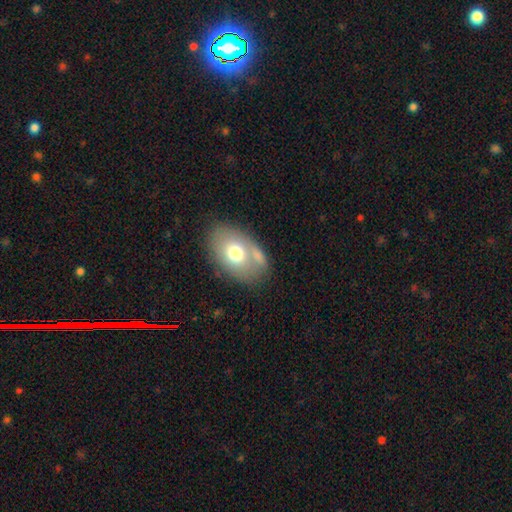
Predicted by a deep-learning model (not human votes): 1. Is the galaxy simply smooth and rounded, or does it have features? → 67% smooth, 25% featured or disk, 8% star or artifact.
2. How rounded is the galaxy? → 84% in between, 15% round, 2% cigar-shaped.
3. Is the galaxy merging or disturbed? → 60% none, 18% minor disturbance, 14% merger, 7% major disturbance.